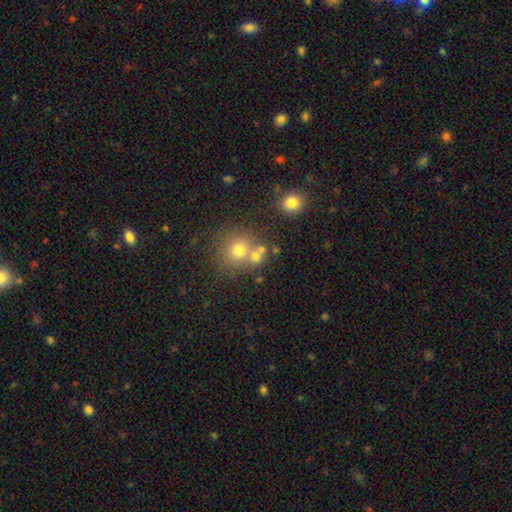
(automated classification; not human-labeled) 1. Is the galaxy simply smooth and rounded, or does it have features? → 70% smooth, 17% star or artifact, 13% featured or disk.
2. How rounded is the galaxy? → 83% round, 16% in between, 1% cigar-shaped.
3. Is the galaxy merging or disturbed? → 52% none, 34% merger, 10% minor disturbance, 4% major disturbance.